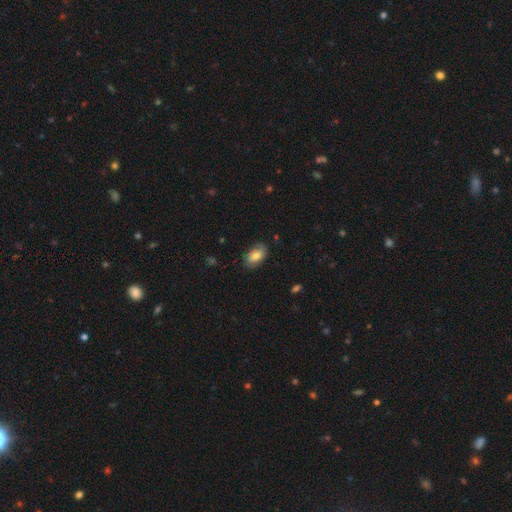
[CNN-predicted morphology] Smooth or featured? smooth (71%)
How rounded? in between (91%)
Merging? none (76%)